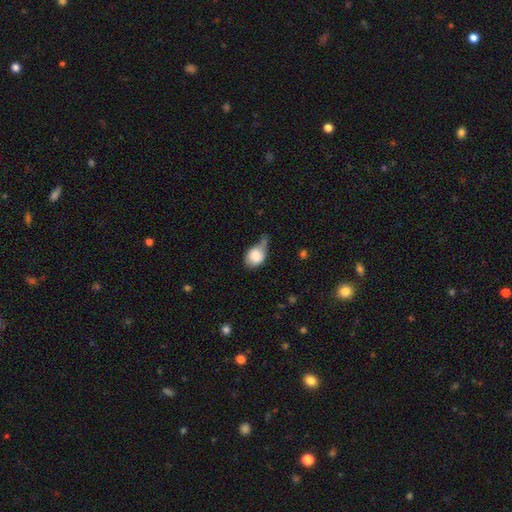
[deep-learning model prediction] Smooth or featured?
  - smooth: 82% *
  - featured or disk: 11%
  - star or artifact: 8%
How rounded?
  - in between: 62% *
  - round: 37%
  - cigar-shaped: 1%
Merging?
  - minor disturbance: 42% *
  - none: 23%
  - major disturbance: 23%
  - merger: 12%